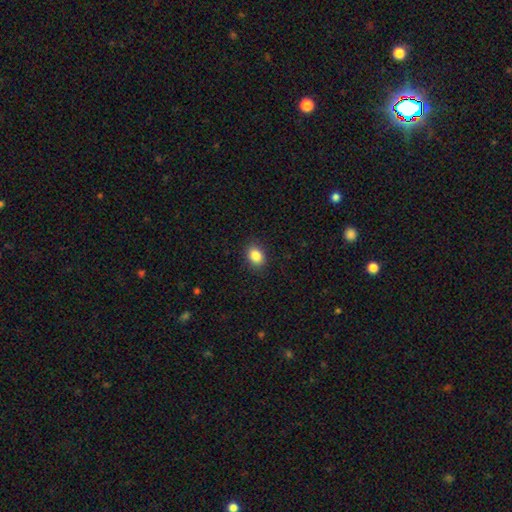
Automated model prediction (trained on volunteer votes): The model was most divided on "how rounded": in between: 67%, round: 32%, cigar-shaped: 1%. More confident: merging — none (88%); smooth or featured — smooth (86%).